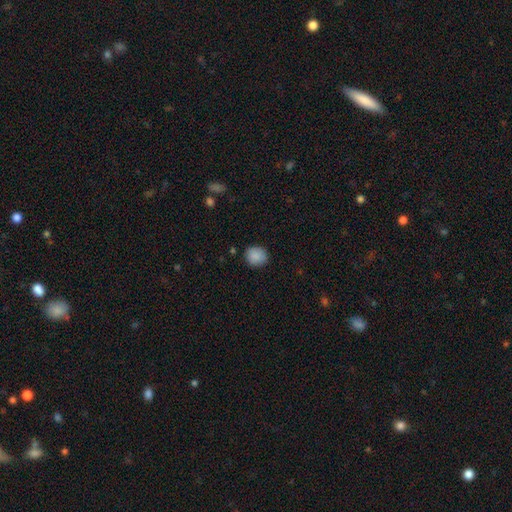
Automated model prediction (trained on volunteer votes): smooth 88%, star or artifact 8%, featured or disk 4%. Down the decision tree: how rounded — round (76%); merging — none (85%).